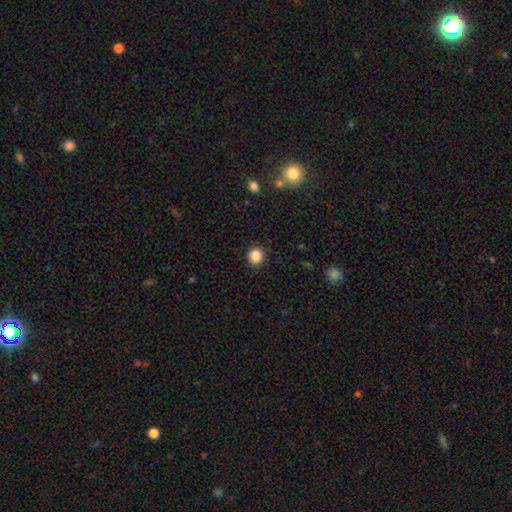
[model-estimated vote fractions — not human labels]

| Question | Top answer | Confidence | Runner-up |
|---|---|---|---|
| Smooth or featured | smooth | 87% | star or artifact (10%) |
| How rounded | round | 86% | in between (13%) |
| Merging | none | 91% | minor disturbance (6%) |